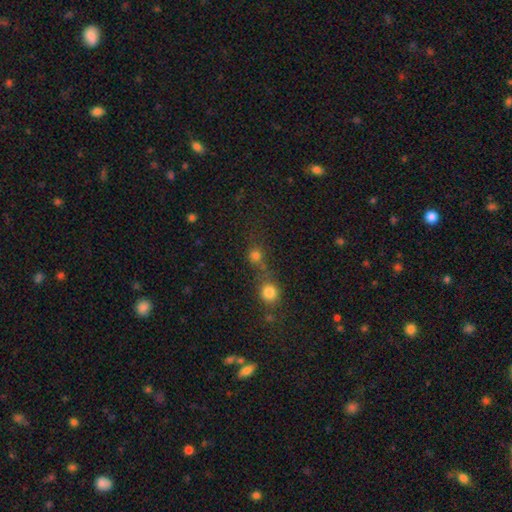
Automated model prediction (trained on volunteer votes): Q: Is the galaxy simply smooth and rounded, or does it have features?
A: smooth — 75%.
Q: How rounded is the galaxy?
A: round — 88%.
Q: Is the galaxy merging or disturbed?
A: none — 53%.